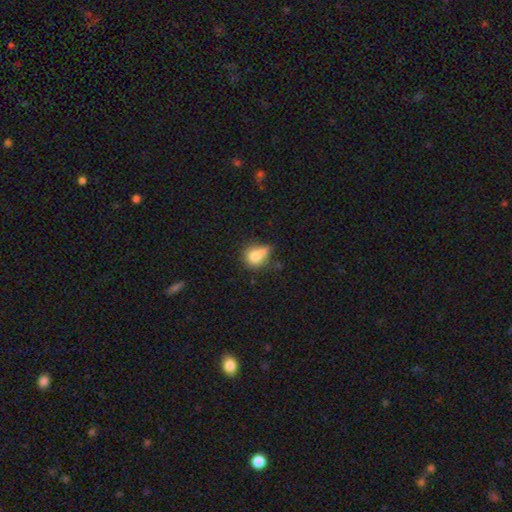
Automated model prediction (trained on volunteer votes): smooth 75%, featured or disk 15%, star or artifact 11%. Down the decision tree: how rounded — round (64%); merging — none (39%).